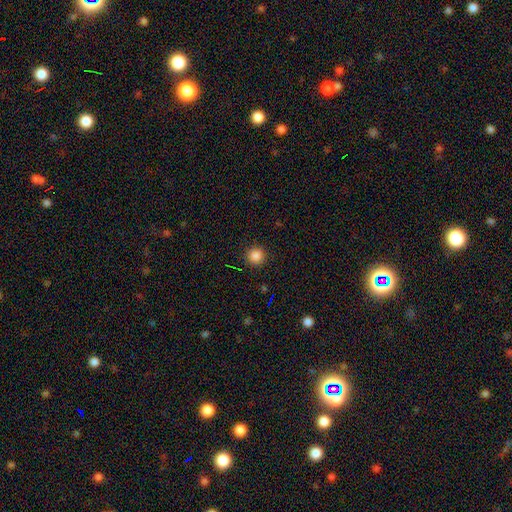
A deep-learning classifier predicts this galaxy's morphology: smooth_or_featured: smooth (p=0.86) [alt: star or artifact p=0.11]
how_rounded: round (p=0.95) [alt: in between p=0.04]
merging: none (p=0.92) [alt: minor disturbance p=0.05]